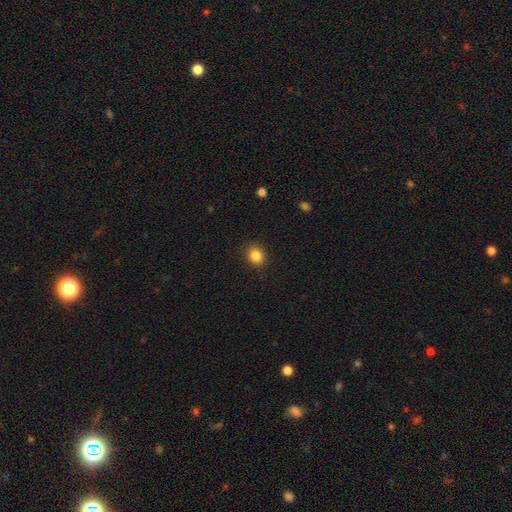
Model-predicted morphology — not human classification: Smooth or featured? Predicted: smooth (p=0.86). How rounded? Predicted: round (p=0.52). Merging? Predicted: none (p=0.89).